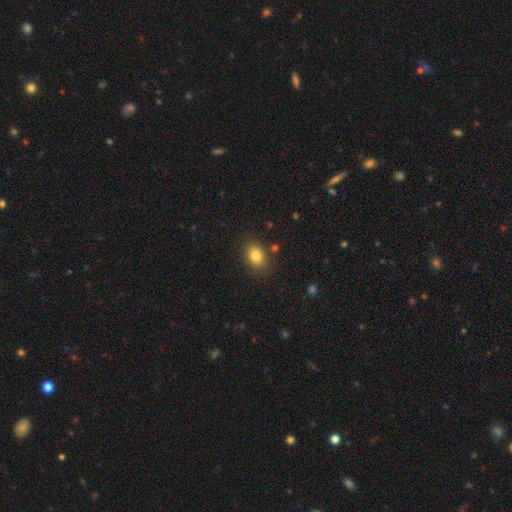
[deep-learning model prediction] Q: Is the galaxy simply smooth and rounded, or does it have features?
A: smooth — 82%.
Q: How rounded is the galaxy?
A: in between — 68%.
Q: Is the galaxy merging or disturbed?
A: none — 84%.